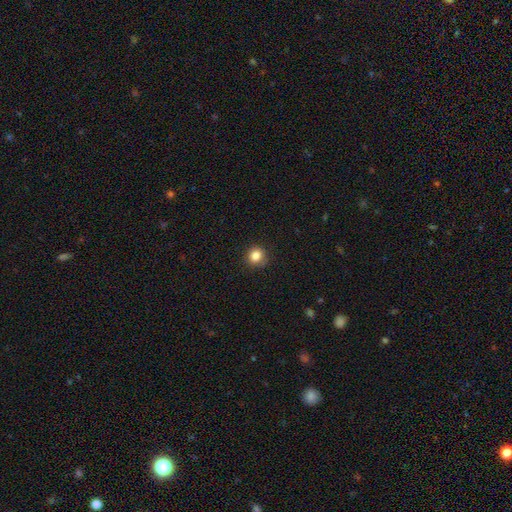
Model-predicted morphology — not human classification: Smooth or featured? smooth (84%)
How rounded? round (88%)
Merging? none (87%)